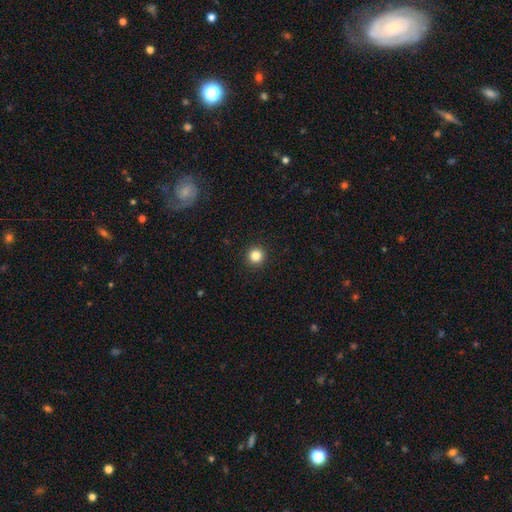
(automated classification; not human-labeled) smooth-or-featured: smooth: 84% | star or artifact: 12% | featured or disk: 4%
  how-rounded: round: 95% | in between: 4% | cigar-shaped: 1%
  merging: none: 93% | minor disturbance: 4% | major disturbance: 2% | merger: 1%